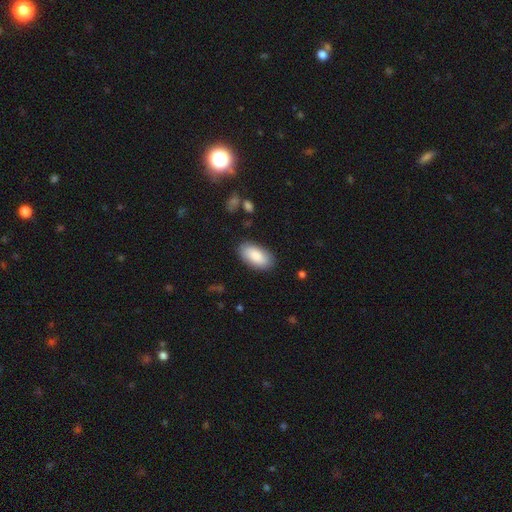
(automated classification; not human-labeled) smooth 87%, featured or disk 7%, star or artifact 6%. Down the decision tree: how rounded — in between (94%); merging — none (85%).